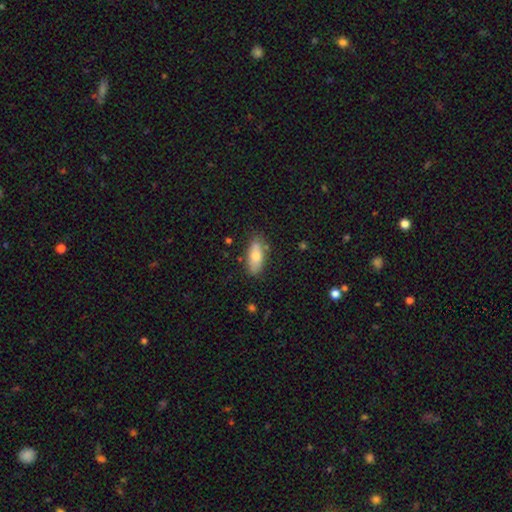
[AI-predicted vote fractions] Q: Smooth or featured?
A: smooth (71%); runner-up: featured or disk (22%)
Q: How rounded?
A: in between (77%); runner-up: cigar-shaped (20%)
Q: Merging?
A: none (78%); runner-up: minor disturbance (15%)